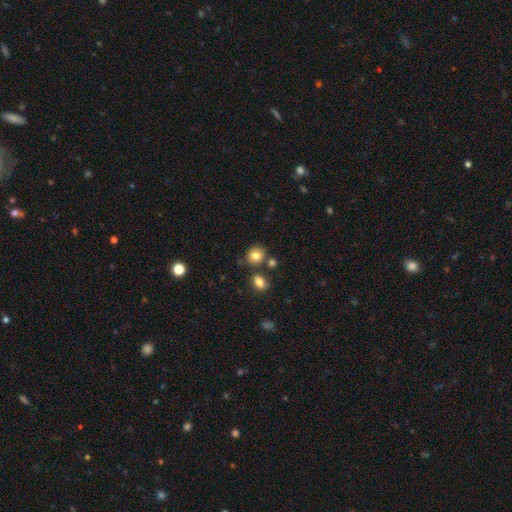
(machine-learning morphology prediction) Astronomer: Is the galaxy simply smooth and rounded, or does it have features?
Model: smooth — 82%.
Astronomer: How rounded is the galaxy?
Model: round — 73%.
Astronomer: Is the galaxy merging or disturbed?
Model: none — 72%.